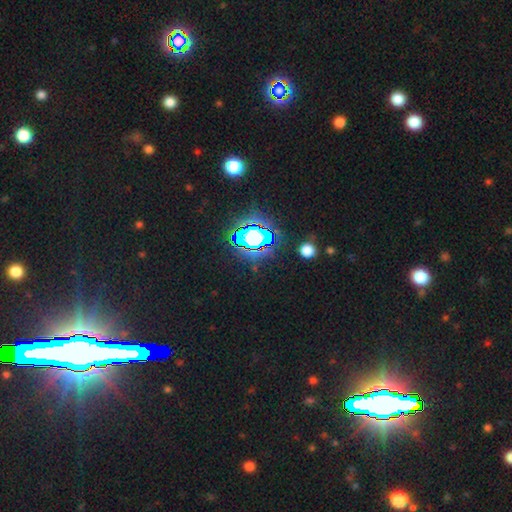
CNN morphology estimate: Smooth or featured?
  - star or artifact: 82% *
  - featured or disk: 9%
  - smooth: 9%